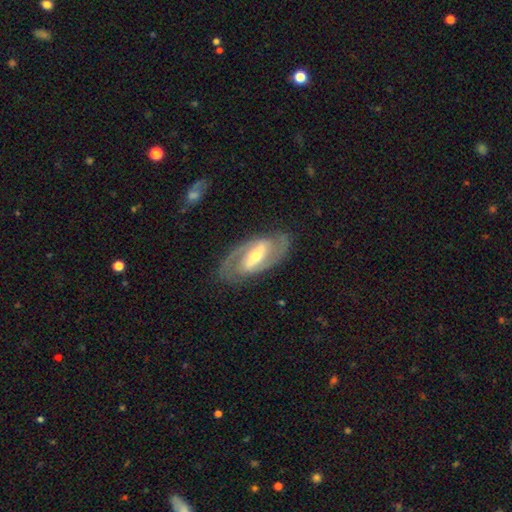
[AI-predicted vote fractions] featured or disk 85%, smooth 10%, star or artifact 6%. Down the decision tree: edge-on disk — no (93%); bar — strong (53%); spiral arms — yes (91%); spiral arm count — 2 (89%); spiral winding — medium (48%); bulge size — moderate (54%); merging — none (83%).